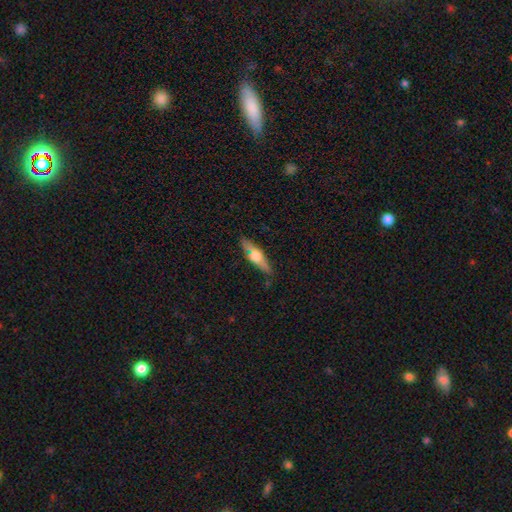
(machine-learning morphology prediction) Smooth or featured?
  - featured or disk: 56% *
  - smooth: 38%
  - star or artifact: 6%
Edge-on disk?
  - yes: 94% *
  - no: 6%
Edge-on bulge?
  - rounded: 91% *
  - boxy: 7%
  - none: 2%
Merging?
  - none: 82% *
  - minor disturbance: 14%
  - major disturbance: 3%
  - merger: 2%